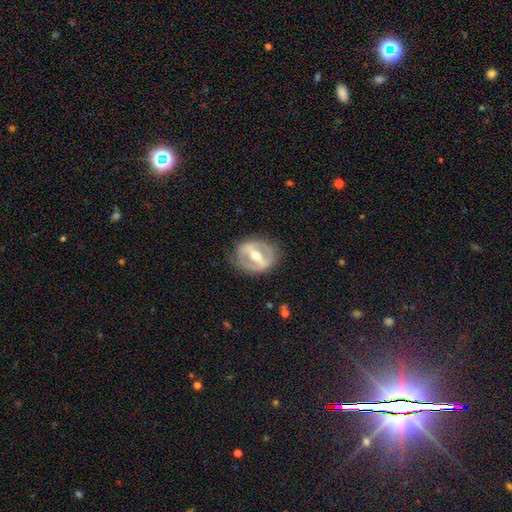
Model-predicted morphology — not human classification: smooth-or-featured: featured or disk: 77% | smooth: 18% | star or artifact: 5%
  disk-edge-on: no: 89% | yes: 11%
    bar: strong: 75% | weak: 18% | no: 8%
    has-spiral-arms: no: 70% | yes: 30%
    bulge-size: moderate: 71% | small: 19% | large: 8% | none: 1% | dominant: 1%
  merging: none: 80% | minor disturbance: 13% | major disturbance: 6% | merger: 1%